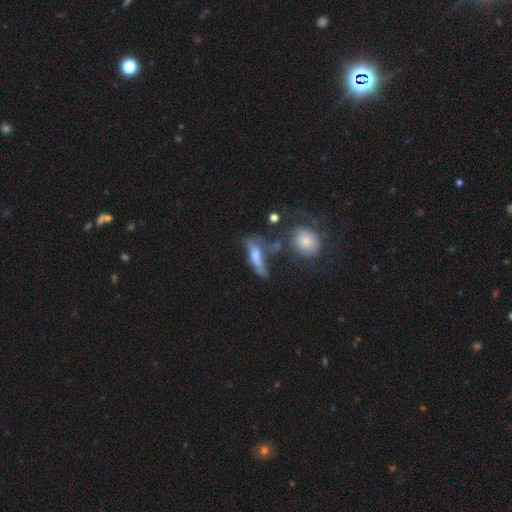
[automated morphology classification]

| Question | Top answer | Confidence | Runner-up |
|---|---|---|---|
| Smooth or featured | smooth | 49% | featured or disk (40%) |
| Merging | none | 33% | major disturbance (24%) |